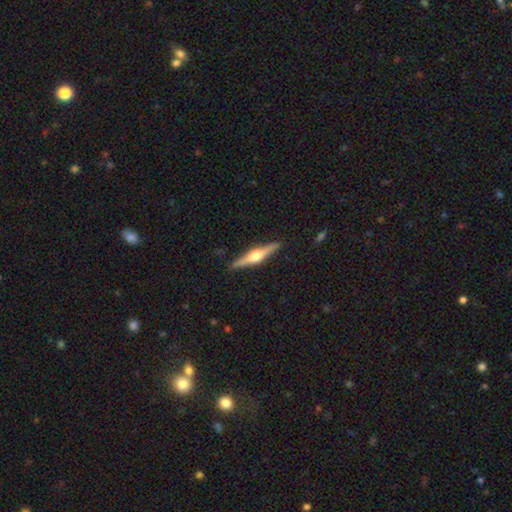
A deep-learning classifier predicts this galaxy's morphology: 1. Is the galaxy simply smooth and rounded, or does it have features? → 74% featured or disk, 21% smooth, 5% star or artifact.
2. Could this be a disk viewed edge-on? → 98% yes, 2% no.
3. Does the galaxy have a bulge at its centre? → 94% rounded, 4% boxy, 2% none.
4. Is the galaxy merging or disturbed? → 90% none, 7% minor disturbance, 1% major disturbance, 1% merger.